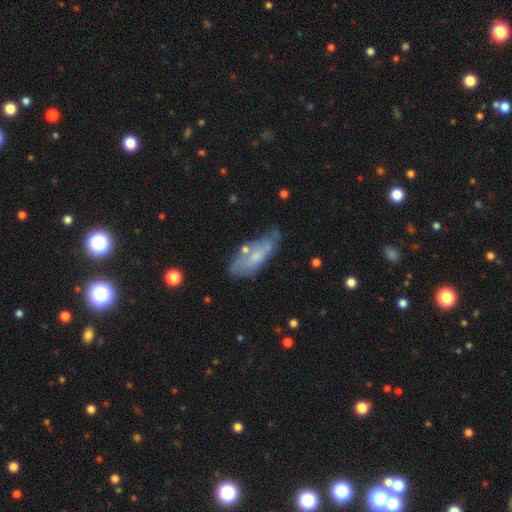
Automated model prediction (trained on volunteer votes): The model was most divided on "smooth or featured": smooth: 48%, featured or disk: 44%, star or artifact: 8%. More confident: merging — none (51%).